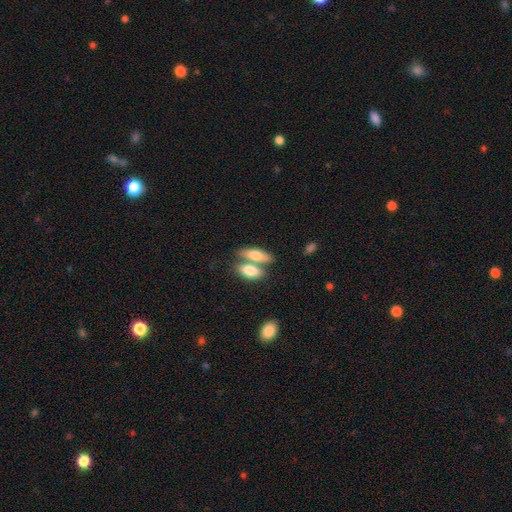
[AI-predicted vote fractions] A smooth galaxy with no disk features (75%) that is in between round and cigar-shaped (73%). Merging: merger (50%).